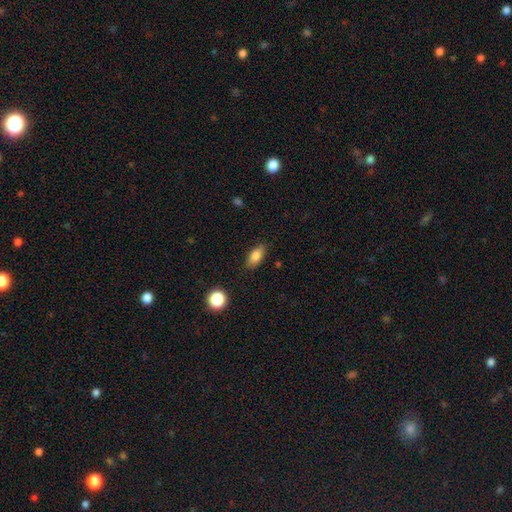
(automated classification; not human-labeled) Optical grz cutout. It shows a smooth galaxy with no disk features (81%) that is in between round and cigar-shaped (85%). Merging: none (85%).